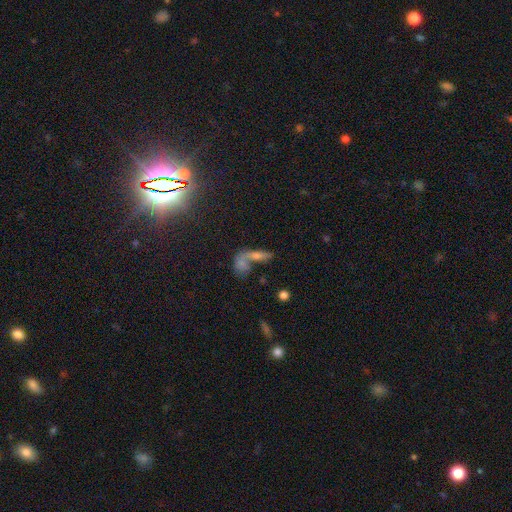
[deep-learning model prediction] This appears to be a smooth galaxy with no disk features (50%). Merging: merger (54%).